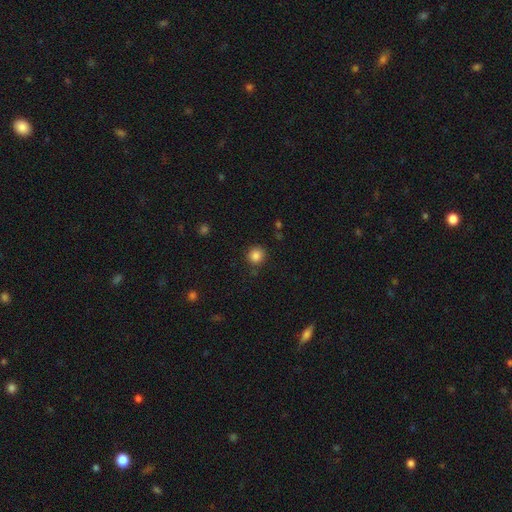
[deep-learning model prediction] Smooth or featured?
  - smooth: 85% *
  - star or artifact: 11%
  - featured or disk: 4%
How rounded?
  - round: 92% *
  - in between: 7%
  - cigar-shaped: 1%
Merging?
  - none: 84% *
  - minor disturbance: 11%
  - major disturbance: 3%
  - merger: 2%